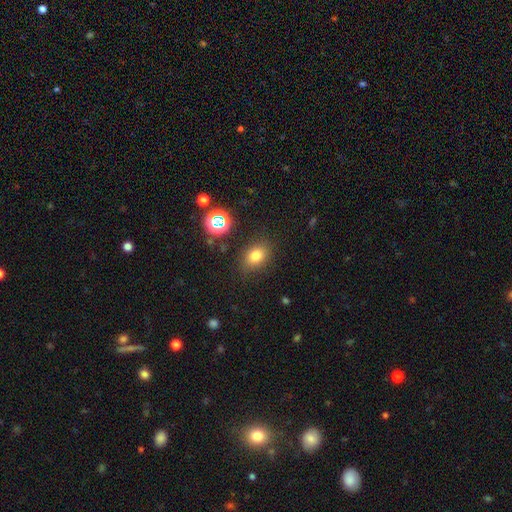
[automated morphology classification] smooth_or_featured: smooth (p=0.77) [alt: star or artifact p=0.15]
how_rounded: in between (p=0.69) [alt: round p=0.29]
merging: none (p=0.83) [alt: minor disturbance p=0.11]